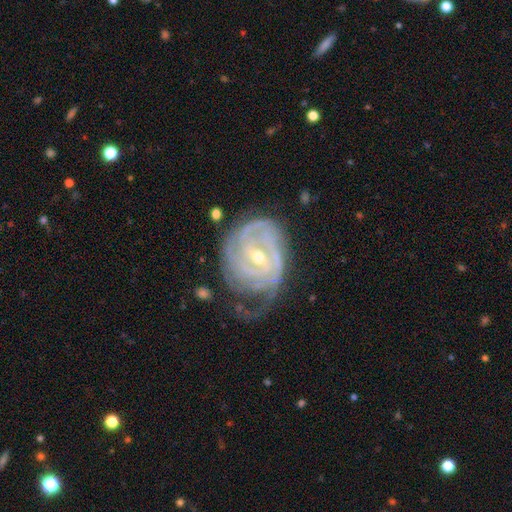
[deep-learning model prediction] Smooth or featured: featured or disk — 88% (star or artifact — 6%)
Edge-on disk: no — 97% (yes — 3%)
Bar: weak — 44% (no — 32%)
Spiral arms: yes — 97% (no — 3%)
Spiral winding: tight — 77% (medium — 19%)
Spiral arm count: can't tell — 27% (3 — 24%)
Bulge size: small — 55% (moderate — 42%)
Merging: none — 50% (minor disturbance — 29%)